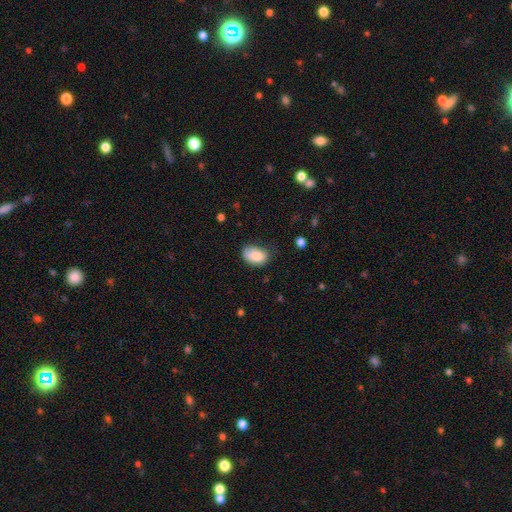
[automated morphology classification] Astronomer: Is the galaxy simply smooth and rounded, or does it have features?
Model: smooth — 85%.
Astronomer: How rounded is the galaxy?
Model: in between — 88%.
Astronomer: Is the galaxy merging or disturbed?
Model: none — 57% (runner-up: minor disturbance, 33%).